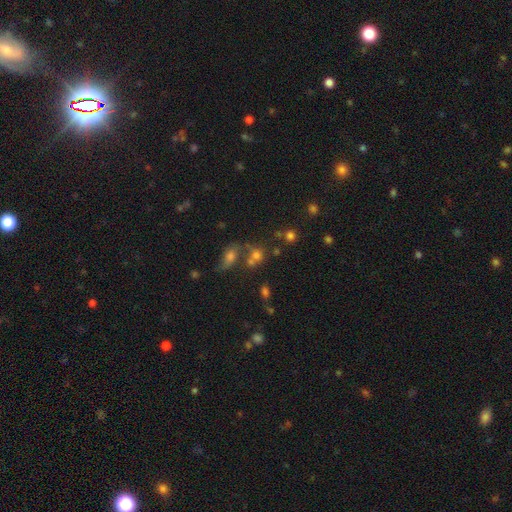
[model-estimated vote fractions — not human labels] A smooth galaxy with no disk features (59%) that is round (67%).

Vote fractions:
- Smooth or featured? smooth: 59% / star or artifact: 24% / featured or disk: 17%
- How rounded? round: 67% / in between: 30% / cigar-shaped: 3%
- Merging? none: 43% / merger: 39% / minor disturbance: 10% / major disturbance: 8%